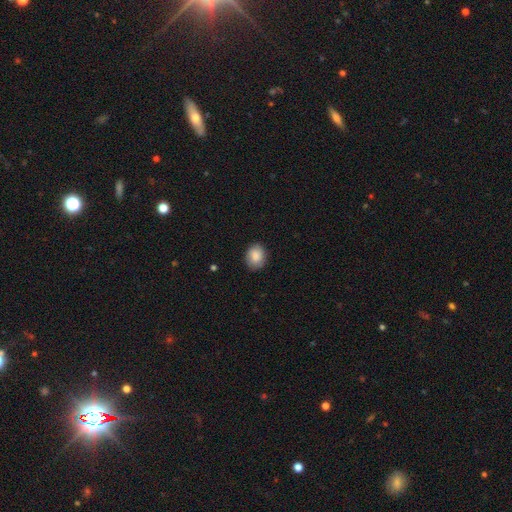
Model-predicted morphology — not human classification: A smooth galaxy with no disk features (85%) that is in between round and cigar-shaped (53%).

Vote fractions:
- Smooth or featured? smooth: 85% / featured or disk: 8% / star or artifact: 7%
- How rounded? in between: 53% / round: 46% / cigar-shaped: 1%
- Merging? none: 83% / minor disturbance: 14% / major disturbance: 3% / merger: 1%